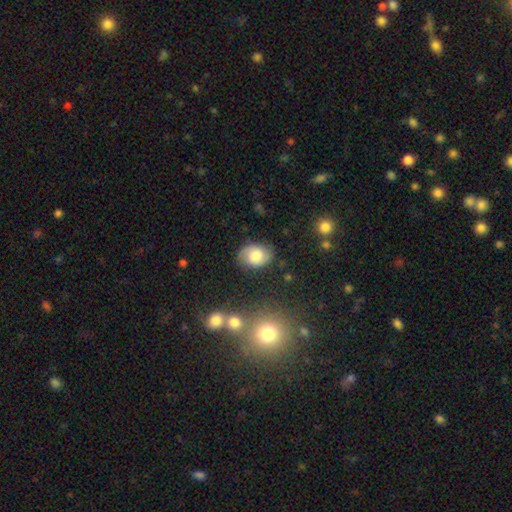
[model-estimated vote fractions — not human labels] smooth_or_featured: smooth (p=0.60) [alt: featured or disk p=0.31]
how_rounded: in between (p=0.71) [alt: round p=0.28]
merging: none (p=0.77) [alt: minor disturbance p=0.17]